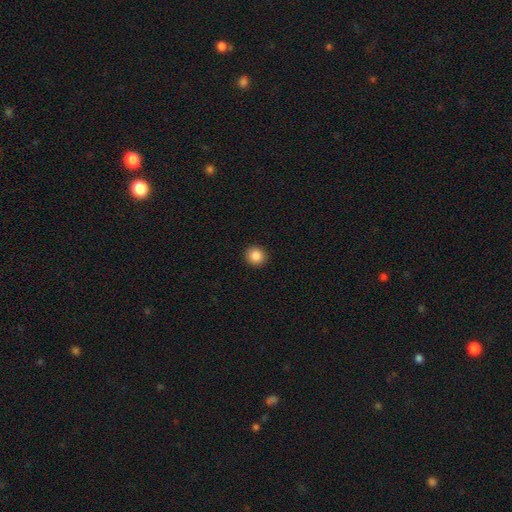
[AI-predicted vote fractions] This is clearly a smooth galaxy (85%). How rounded: clearly round (89%). Merging: clearly none (93%).